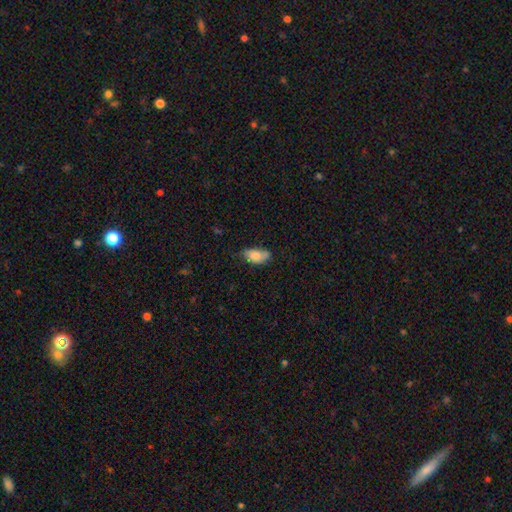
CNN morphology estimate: This is likely a smooth galaxy (79%). How rounded: clearly in between (91%). Merging: possibly none (54%).